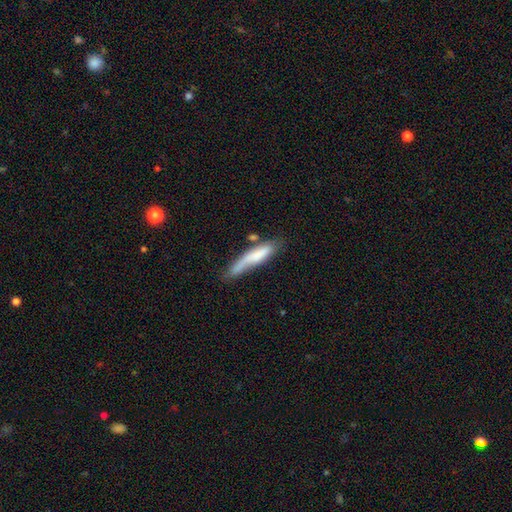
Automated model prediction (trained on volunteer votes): Q: Smooth or featured?
A: smooth (66%); runner-up: featured or disk (27%)
Q: How rounded?
A: cigar-shaped (79%); runner-up: in between (19%)
Q: Merging?
A: none (43%); runner-up: minor disturbance (29%)